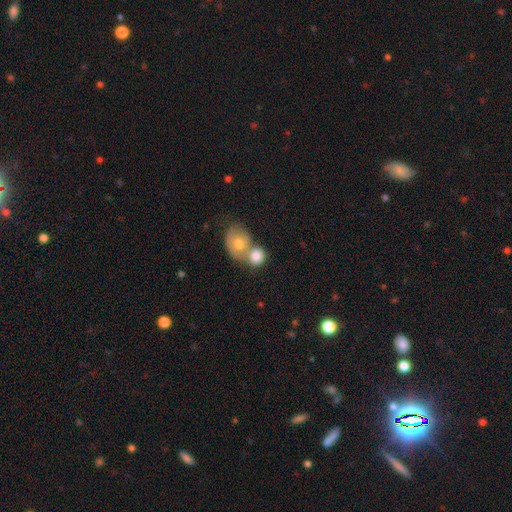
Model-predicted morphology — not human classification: A smooth galaxy with no disk features (76%) that is round (61%). Merging: merger (61%).